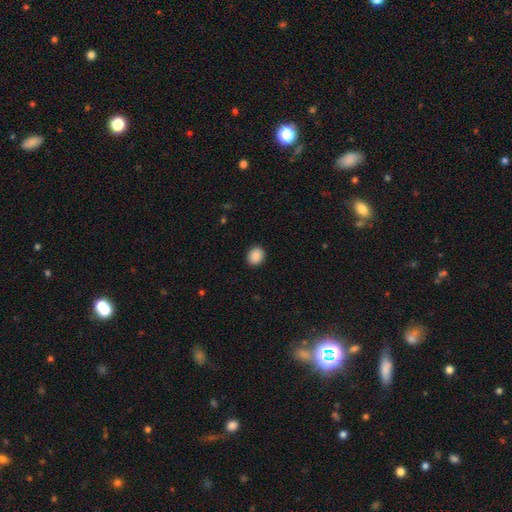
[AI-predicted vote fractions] smooth-or-featured: smooth: 89% | star or artifact: 8% | featured or disk: 3%
  how-rounded: round: 68% | in between: 31% | cigar-shaped: 1%
  merging: none: 91% | minor disturbance: 7% | major disturbance: 2% | merger: 1%